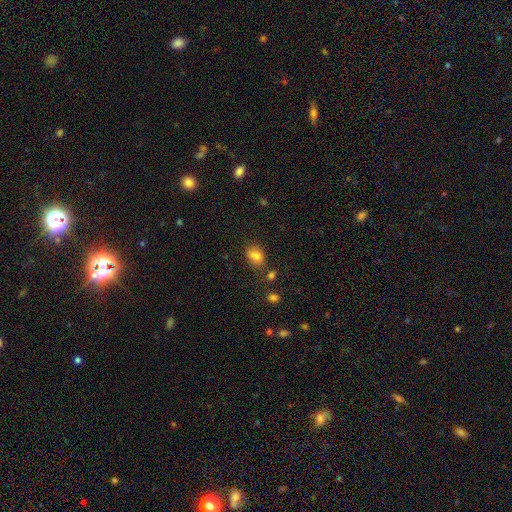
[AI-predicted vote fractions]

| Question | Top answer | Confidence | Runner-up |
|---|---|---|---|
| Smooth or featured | smooth | 80% | star or artifact (12%) |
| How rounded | in between | 74% | round (25%) |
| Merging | none | 64% | minor disturbance (20%) |